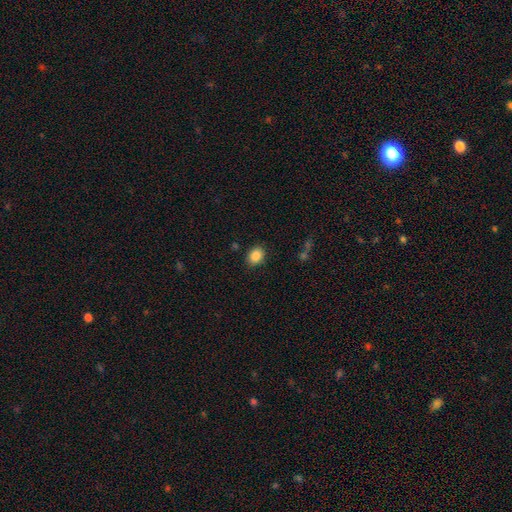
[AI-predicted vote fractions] Smooth or featured? smooth (87%)
How rounded? in between (61%)
Merging? none (86%)